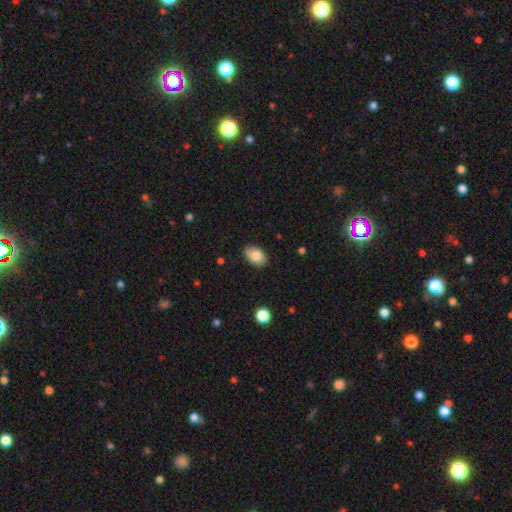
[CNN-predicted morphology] Smooth or featured? smooth (81%)
How rounded? in between (87%)
Merging? none (86%)